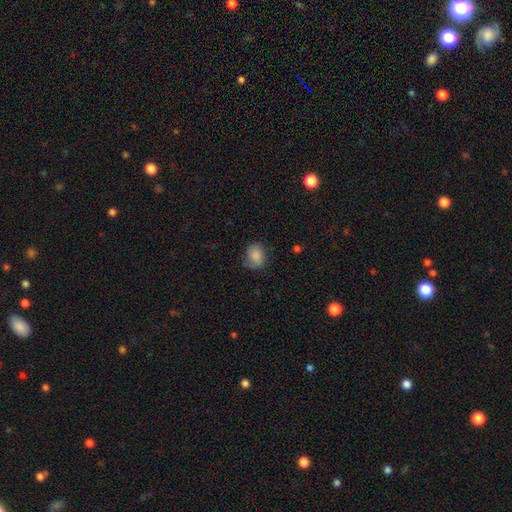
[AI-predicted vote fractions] Q: Smooth or featured?
A: smooth (83%); runner-up: featured or disk (9%)
Q: How rounded?
A: in between (51%); runner-up: round (48%)
Q: Merging?
A: none (63%); runner-up: minor disturbance (27%)